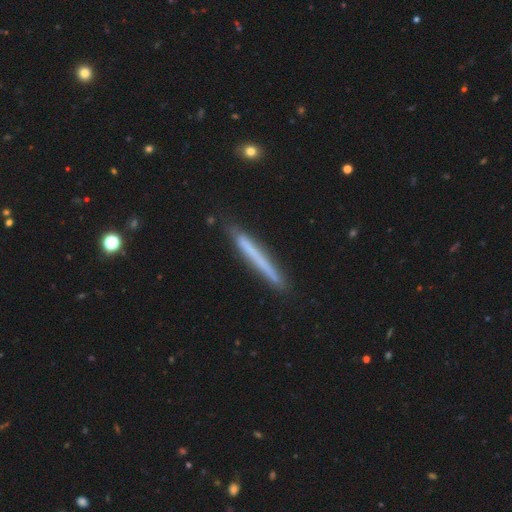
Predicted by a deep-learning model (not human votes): Smooth or featured? Predicted: smooth (p=0.53). How rounded? Predicted: cigar-shaped (p=0.97). Merging? Predicted: none (p=0.86).